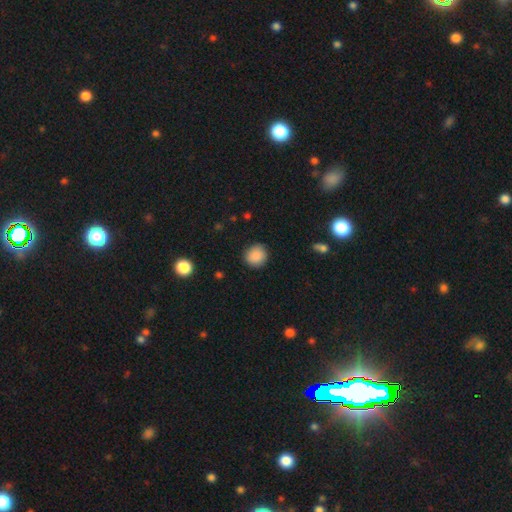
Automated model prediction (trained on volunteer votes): Smooth or featured? Predicted: smooth (p=0.88). How rounded? Predicted: round (p=0.89). Merging? Predicted: none (p=0.88).